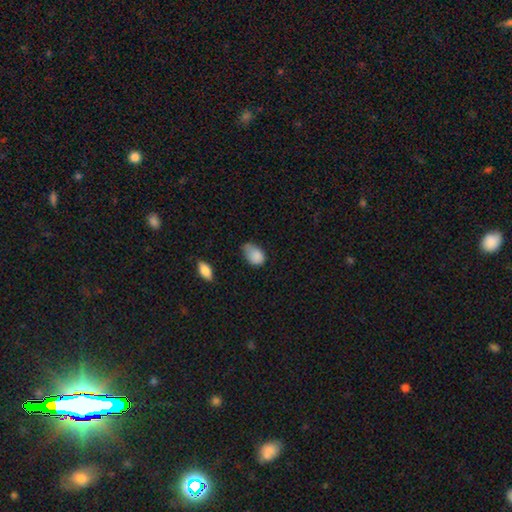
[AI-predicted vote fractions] Smooth or featured: smooth — 84% (star or artifact — 9%)
How rounded: in between — 82% (round — 17%)
Merging: minor disturbance — 49% (none — 32%)